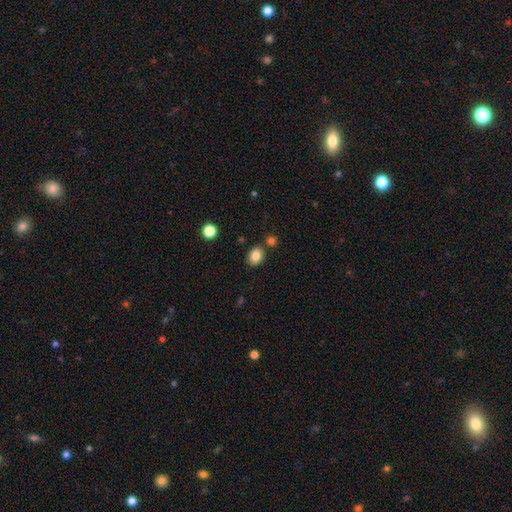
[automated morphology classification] Smooth or featured? smooth (84%)
How rounded? in between (58%)
Merging? none (78%)